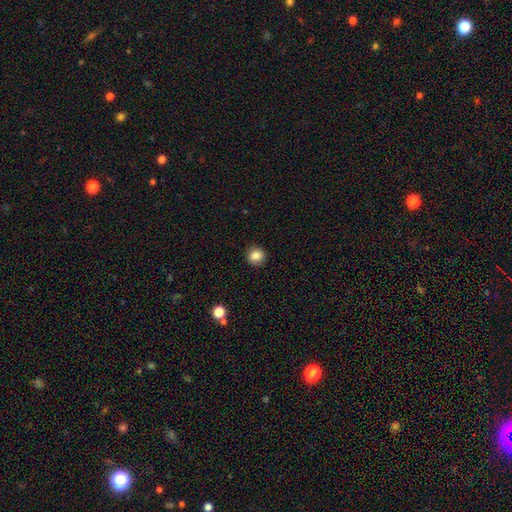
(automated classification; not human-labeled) Smooth or featured?
  - smooth: 84% *
  - star or artifact: 10%
  - featured or disk: 6%
How rounded?
  - round: 90% *
  - in between: 9%
  - cigar-shaped: 1%
Merging?
  - none: 91% *
  - minor disturbance: 6%
  - major disturbance: 2%
  - merger: 1%